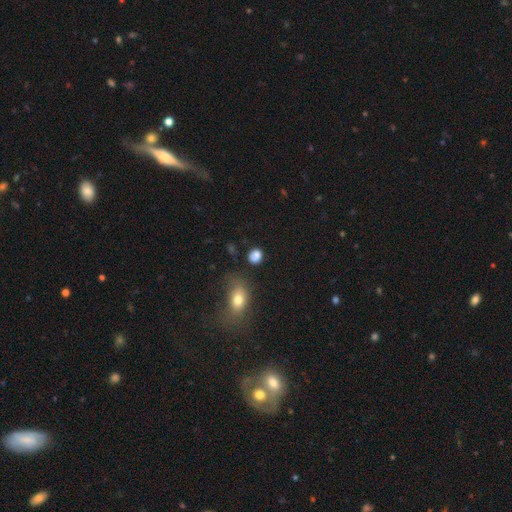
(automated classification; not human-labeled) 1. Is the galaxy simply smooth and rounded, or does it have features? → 82% smooth, 12% star or artifact, 6% featured or disk.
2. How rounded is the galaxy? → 69% round, 29% in between, 2% cigar-shaped.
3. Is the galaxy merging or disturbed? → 71% none, 15% minor disturbance, 7% merger, 6% major disturbance.